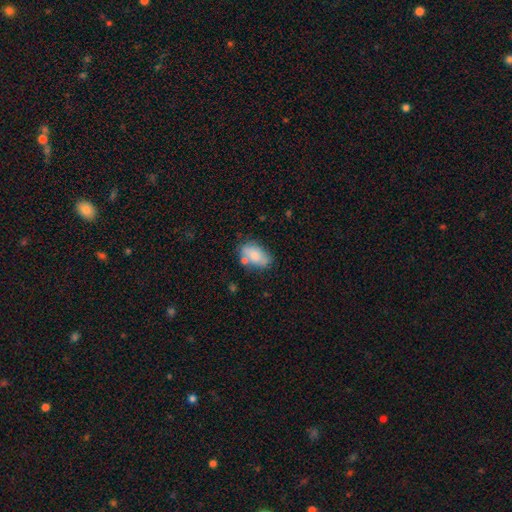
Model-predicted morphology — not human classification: This appears to be a smooth galaxy with no disk features (72%) that is in between round and cigar-shaped (90%). Merging: none (52%).